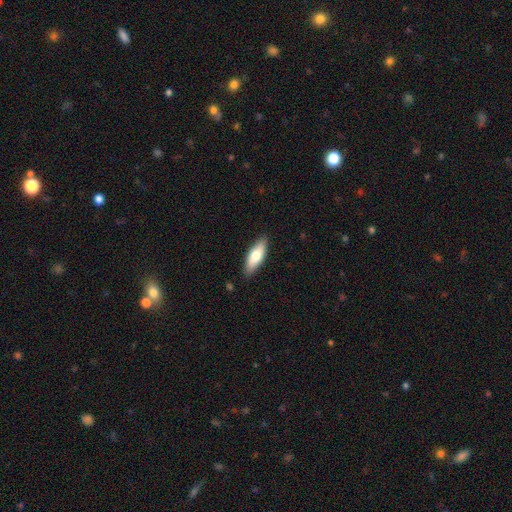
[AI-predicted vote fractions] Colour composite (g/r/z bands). It shows a smooth galaxy with no disk features (72%) that is in between round and cigar-shaped (62%). Merging: none (87%).